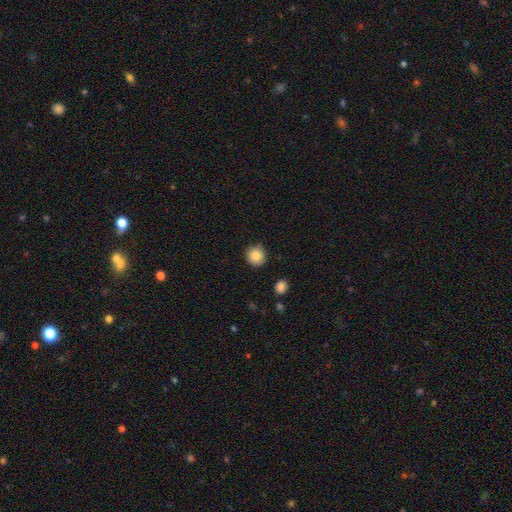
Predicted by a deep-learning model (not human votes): A smooth galaxy with no disk features (87%) that is round (92%).

Vote fractions:
- Smooth or featured? smooth: 87% / star or artifact: 9% / featured or disk: 5%
- How rounded? round: 92% / in between: 7% / cigar-shaped: 1%
- Merging? none: 86% / minor disturbance: 10% / major disturbance: 2% / merger: 2%